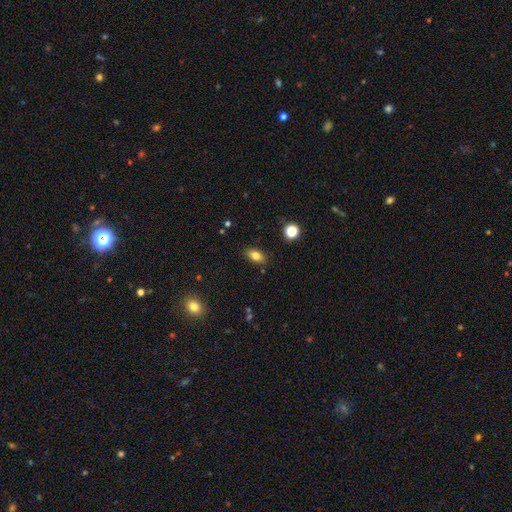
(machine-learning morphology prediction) Smooth or featured?
  - smooth: 80% *
  - star or artifact: 10%
  - featured or disk: 9%
How rounded?
  - in between: 87% *
  - round: 10%
  - cigar-shaped: 4%
Merging?
  - none: 85% *
  - minor disturbance: 11%
  - major disturbance: 3%
  - merger: 2%